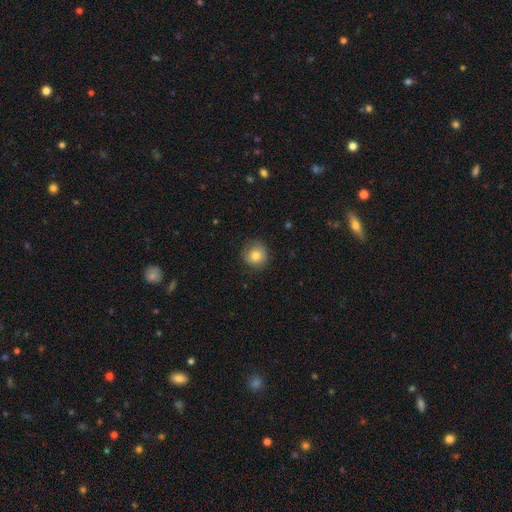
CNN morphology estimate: Smooth or featured? Predicted: smooth (p=0.78). How rounded? Predicted: round (p=0.91). Merging? Predicted: none (p=0.79).